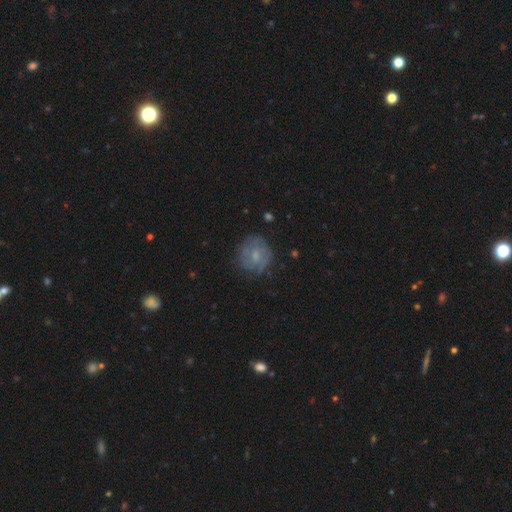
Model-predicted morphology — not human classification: Smooth or featured?
  - smooth: 48% *
  - featured or disk: 44%
  - star or artifact: 9%
Merging?
  - none: 71% *
  - minor disturbance: 19%
  - major disturbance: 8%
  - merger: 2%